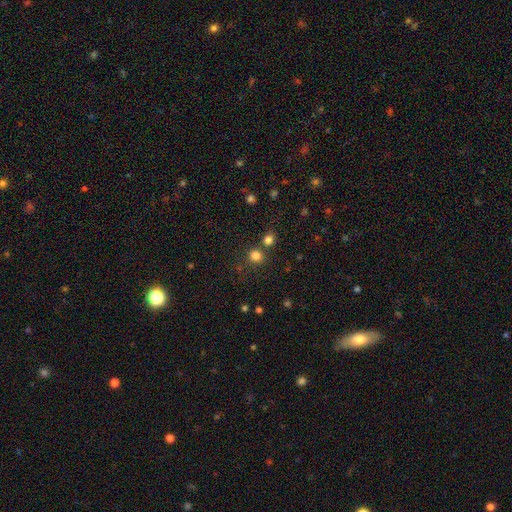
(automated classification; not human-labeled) This is likely a smooth galaxy (79%). How rounded: clearly round (88%). Merging: likely none (72%).